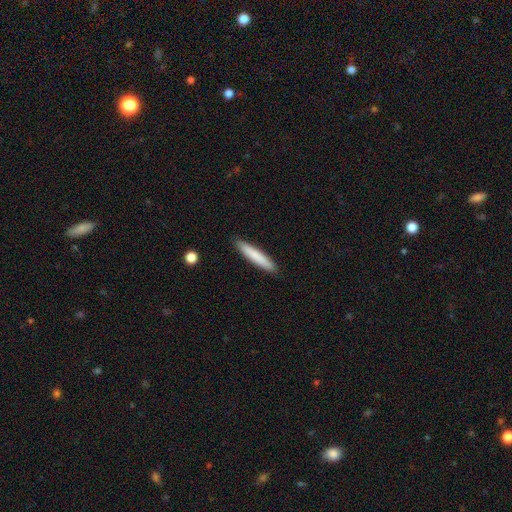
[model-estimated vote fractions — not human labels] smooth-or-featured: smooth: 80% | featured or disk: 15% | star or artifact: 5%
  how-rounded: cigar-shaped: 93% | in between: 6% | round: 1%
  merging: none: 91% | minor disturbance: 7% | major disturbance: 1% | merger: 1%